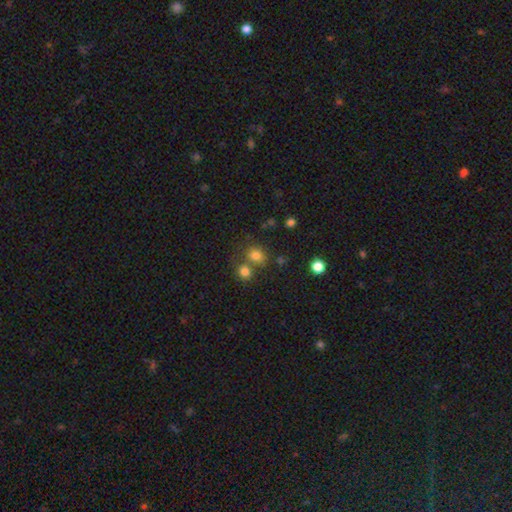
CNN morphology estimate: The model was most divided on "merging": none: 56%, merger: 30%, minor disturbance: 10%, major disturbance: 4%. More confident: smooth or featured — smooth (77%); how rounded — round (66%).